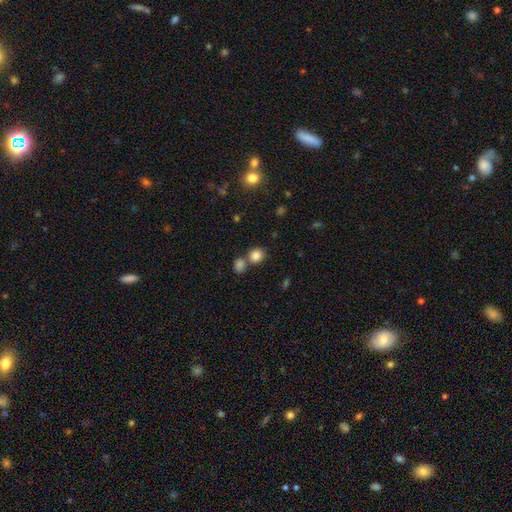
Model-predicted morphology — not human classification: The model was most divided on "merging": none: 61%, merger: 27%, minor disturbance: 9%, major disturbance: 3%. More confident: smooth or featured — smooth (84%); how rounded — round (81%).